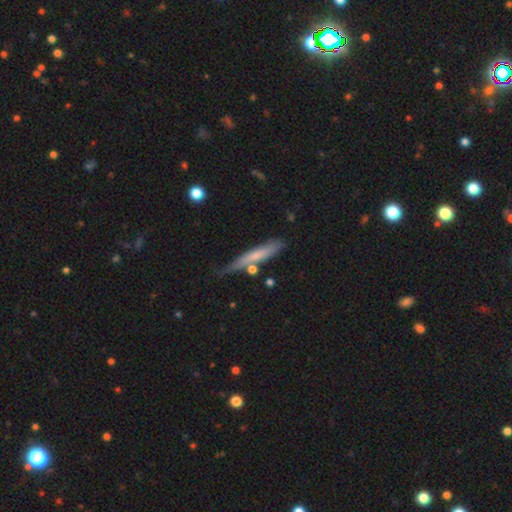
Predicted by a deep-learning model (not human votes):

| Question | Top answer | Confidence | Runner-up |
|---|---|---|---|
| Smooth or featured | smooth | 58% | featured or disk (35%) |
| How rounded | cigar-shaped | 91% | in between (7%) |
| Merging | none | 62% | minor disturbance (23%) |